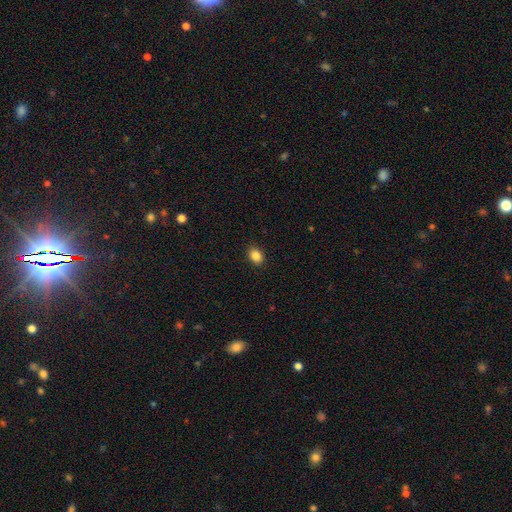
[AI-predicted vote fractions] A smooth galaxy with no disk features (87%) that is in between round and cigar-shaped (69%). Merging: none (90%).